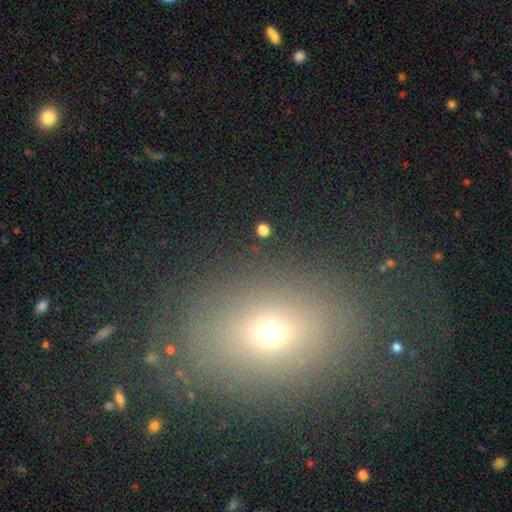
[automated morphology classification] A smooth galaxy with no disk features (61%) that is in between round and cigar-shaped (58%). Merging: none (68%).